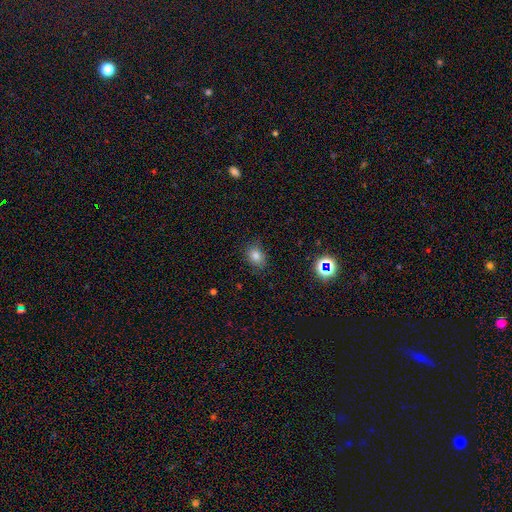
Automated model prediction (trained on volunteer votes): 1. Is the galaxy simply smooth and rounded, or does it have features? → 78% smooth, 15% star or artifact, 7% featured or disk.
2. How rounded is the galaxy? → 52% in between, 47% round, 1% cigar-shaped.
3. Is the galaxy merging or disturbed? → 80% none, 15% minor disturbance, 4% major disturbance, 1% merger.